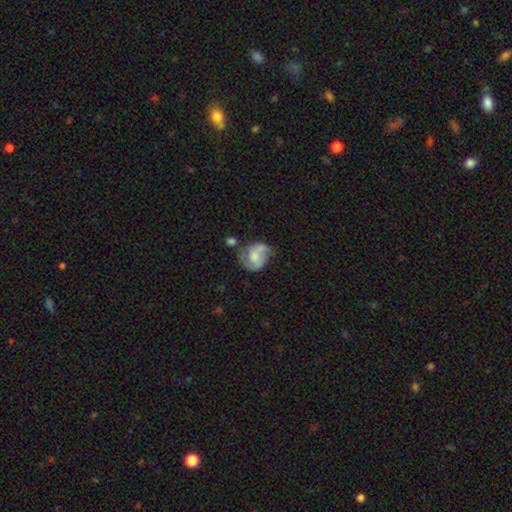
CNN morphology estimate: A featured or disk galaxy (55%) with no bar (56%), spiral arms (73%) and a moderate central bulge (37%). Merging: none (41%).